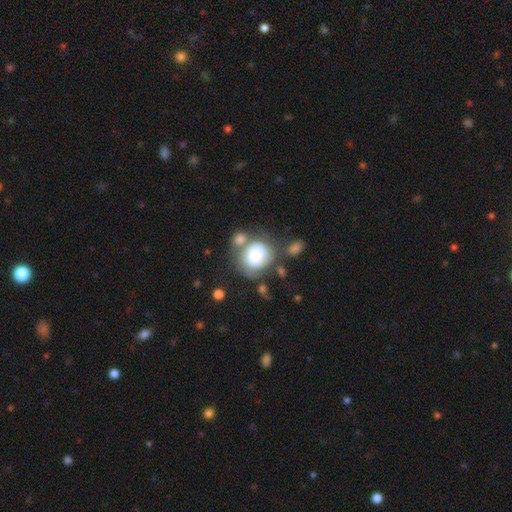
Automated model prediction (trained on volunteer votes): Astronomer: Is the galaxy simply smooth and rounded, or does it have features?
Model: smooth — 69%.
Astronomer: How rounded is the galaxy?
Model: round — 78%.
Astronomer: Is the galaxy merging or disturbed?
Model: none — 40% (runner-up: merger, 26%).